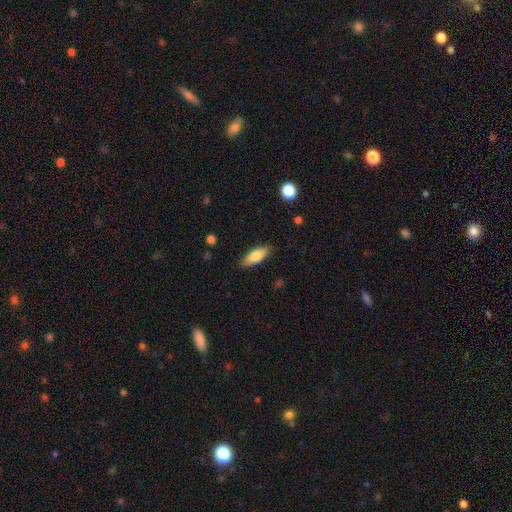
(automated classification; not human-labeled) This is likely a smooth galaxy (73%). How rounded: likely in between (72%). Merging: clearly none (86%).